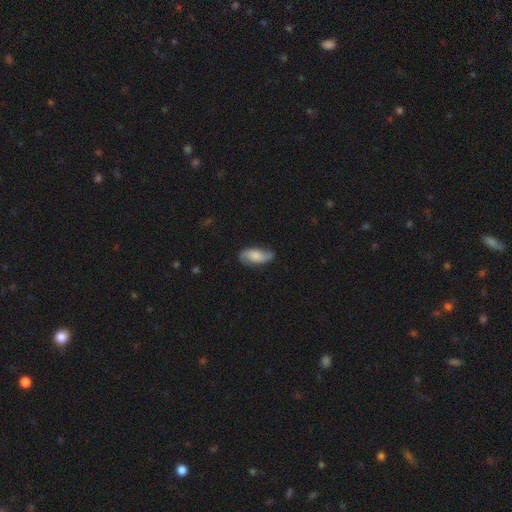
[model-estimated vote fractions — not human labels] smooth-or-featured: smooth: 47% | featured or disk: 46% | star or artifact: 7%
  merging: none: 70% | minor disturbance: 22% | major disturbance: 6% | merger: 2%